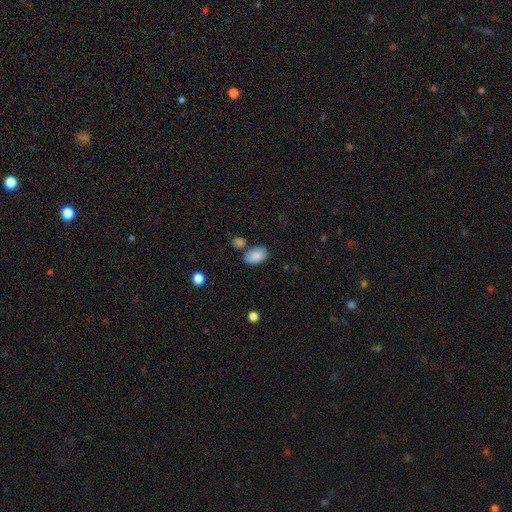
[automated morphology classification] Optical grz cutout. It shows a smooth galaxy with no disk features (85%) that is in between round and cigar-shaped (91%). Merging: none (66%).